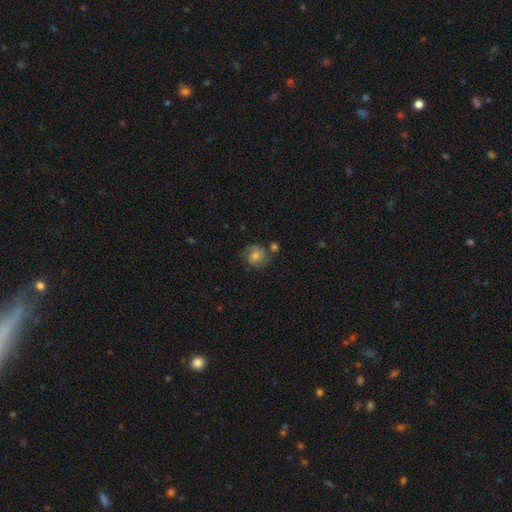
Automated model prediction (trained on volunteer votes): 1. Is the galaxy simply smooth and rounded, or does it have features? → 45% smooth, 43% featured or disk, 12% star or artifact.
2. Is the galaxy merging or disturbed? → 62% none, 20% minor disturbance, 9% major disturbance, 9% merger.